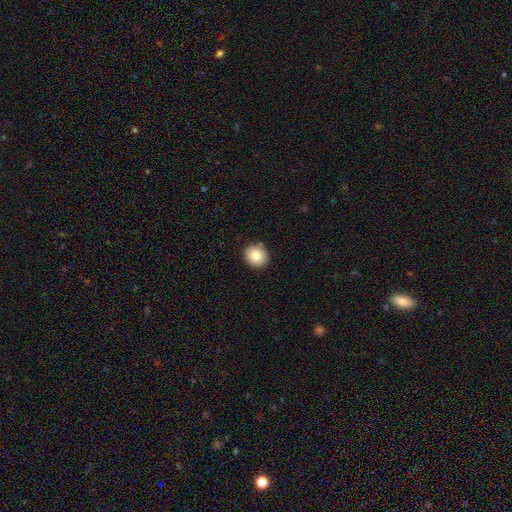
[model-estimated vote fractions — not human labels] Smooth or featured?
  - smooth: 82% *
  - featured or disk: 9%
  - star or artifact: 9%
How rounded?
  - round: 82% *
  - in between: 17%
  - cigar-shaped: 1%
Merging?
  - none: 90% *
  - minor disturbance: 7%
  - major disturbance: 2%
  - merger: 1%